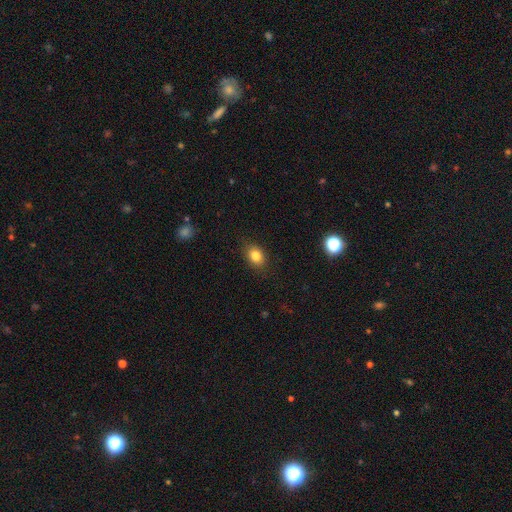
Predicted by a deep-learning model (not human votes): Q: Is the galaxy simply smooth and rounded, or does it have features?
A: smooth — 83%.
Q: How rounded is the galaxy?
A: in between — 67%.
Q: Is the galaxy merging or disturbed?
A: none — 86%.